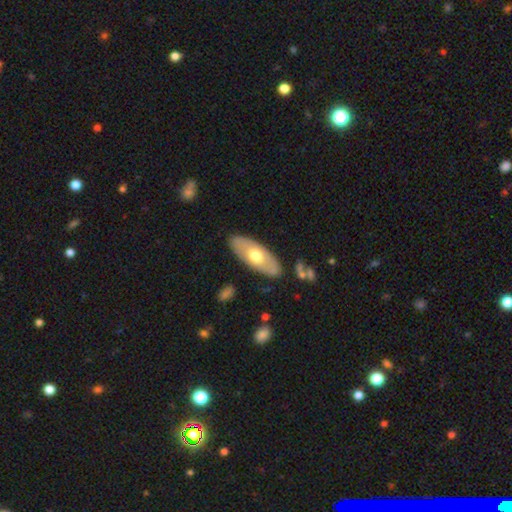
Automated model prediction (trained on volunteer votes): Morphology: type=smooth (53%); roundness=in between (82%); merging=none (85%).